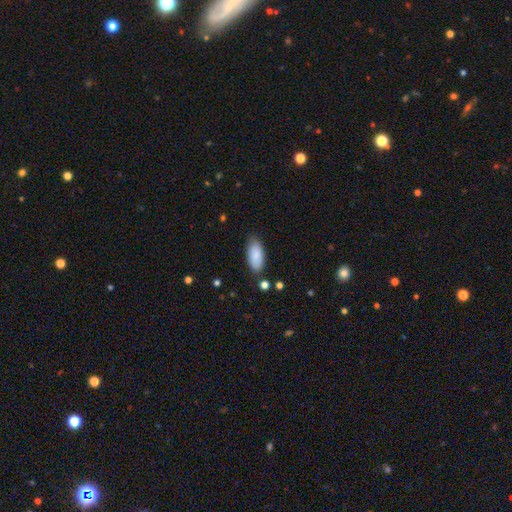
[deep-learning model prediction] Overall: smooth (88%). How rounded: in between (91%). Merging: none (80%).